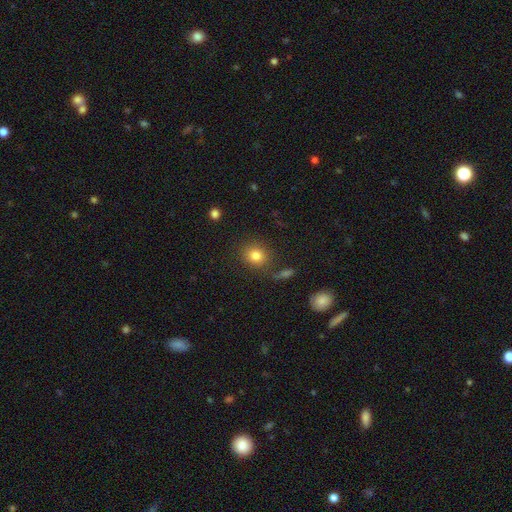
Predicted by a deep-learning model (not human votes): smooth_or_featured: smooth (p=0.81) [alt: star or artifact p=0.11]
how_rounded: round (p=0.76) [alt: in between p=0.23]
merging: none (p=0.81) [alt: minor disturbance p=0.11]